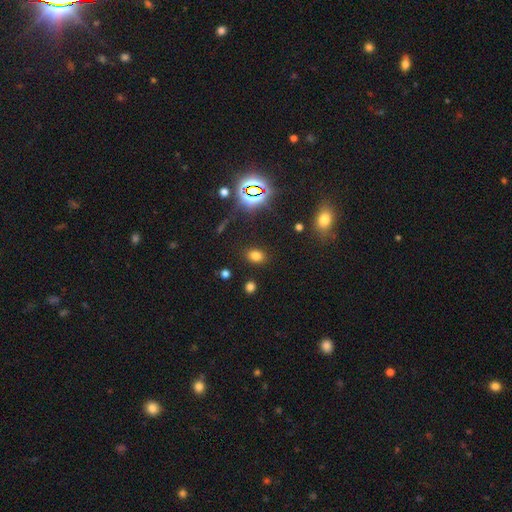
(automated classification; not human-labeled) Q: Smooth or featured?
A: smooth (73%); runner-up: star or artifact (20%)
Q: How rounded?
A: in between (68%); runner-up: round (31%)
Q: Merging?
A: none (86%); runner-up: minor disturbance (9%)